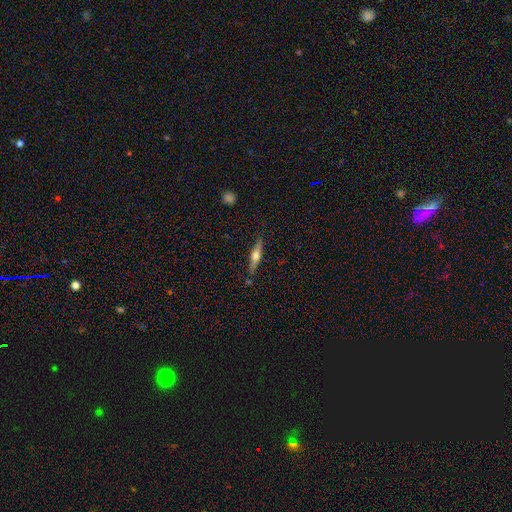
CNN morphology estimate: A featured or disk galaxy (55%) viewed edge-on (95%) with a rounded central bulge (91%).

Vote fractions:
- Smooth or featured? featured or disk: 55% / smooth: 39% / star or artifact: 6%
- Edge-on disk? yes: 95% / no: 5%
- Edge-on bulge? rounded: 91% / boxy: 5% / none: 4%
- Merging? none: 84% / minor disturbance: 11% / merger: 3% / major disturbance: 2%